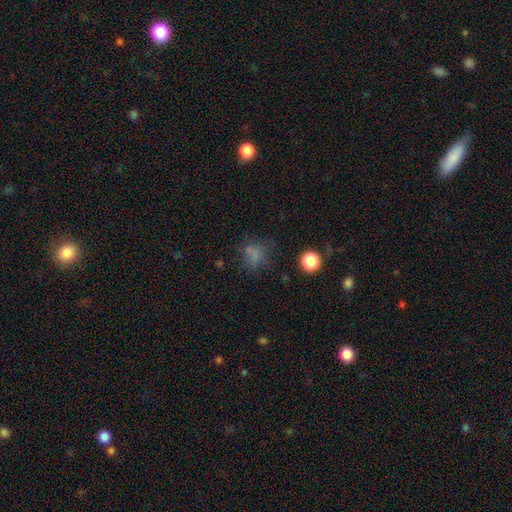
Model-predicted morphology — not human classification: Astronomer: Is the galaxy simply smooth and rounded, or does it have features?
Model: smooth — 57%.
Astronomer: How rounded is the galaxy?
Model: round — 64%.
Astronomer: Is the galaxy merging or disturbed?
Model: none — 61%.